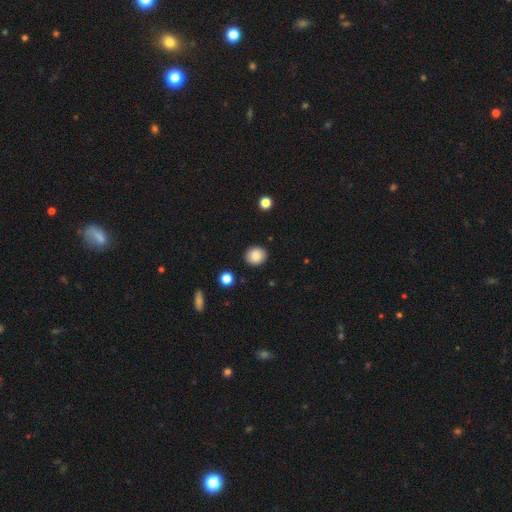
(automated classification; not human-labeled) Q: Smooth or featured?
A: smooth (86%); runner-up: star or artifact (9%)
Q: How rounded?
A: round (79%); runner-up: in between (20%)
Q: Merging?
A: none (90%); runner-up: minor disturbance (7%)